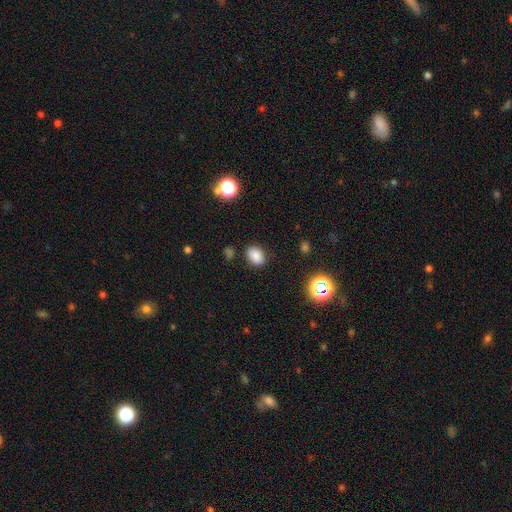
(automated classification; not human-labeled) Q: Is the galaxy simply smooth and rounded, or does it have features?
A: smooth — 82%.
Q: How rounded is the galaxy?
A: in between — 67%.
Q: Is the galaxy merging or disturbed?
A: none — 83%.